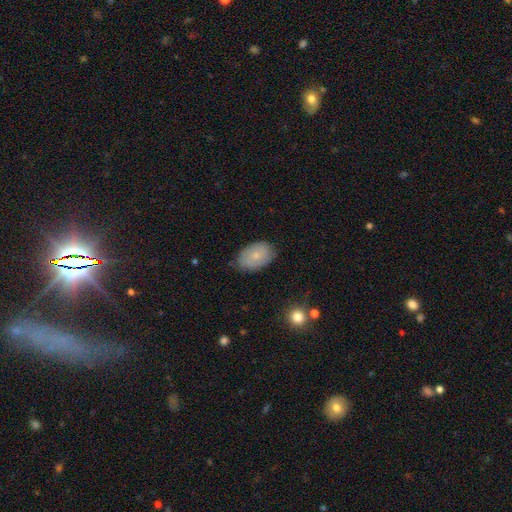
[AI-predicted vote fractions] smooth_or_featured: smooth (p=0.70) [alt: featured or disk p=0.23]
how_rounded: in between (p=0.88) [alt: round p=0.11]
merging: none (p=0.77) [alt: minor disturbance p=0.19]